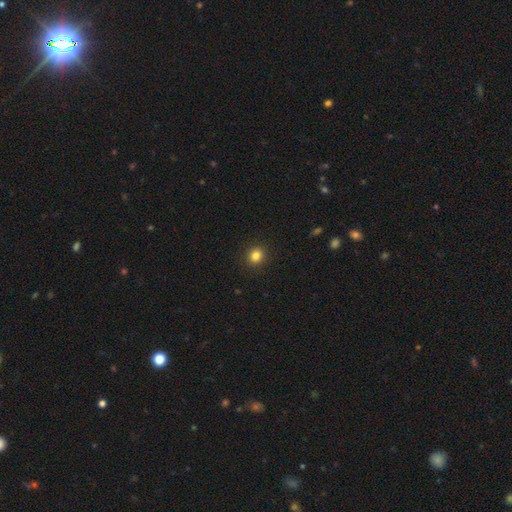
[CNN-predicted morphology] A smooth galaxy with no disk features (83%) that is round (85%).

Vote fractions:
- Smooth or featured? smooth: 83% / star or artifact: 12% / featured or disk: 5%
- How rounded? round: 85% / in between: 14% / cigar-shaped: 1%
- Merging? none: 92% / minor disturbance: 5% / major disturbance: 2% / merger: 1%